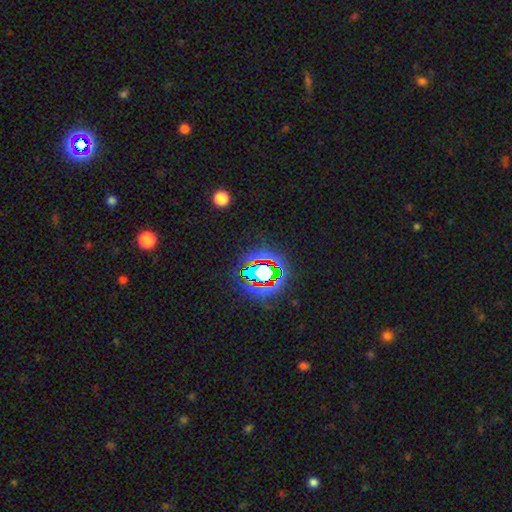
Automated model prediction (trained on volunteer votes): Smooth or featured? star or artifact (81%)